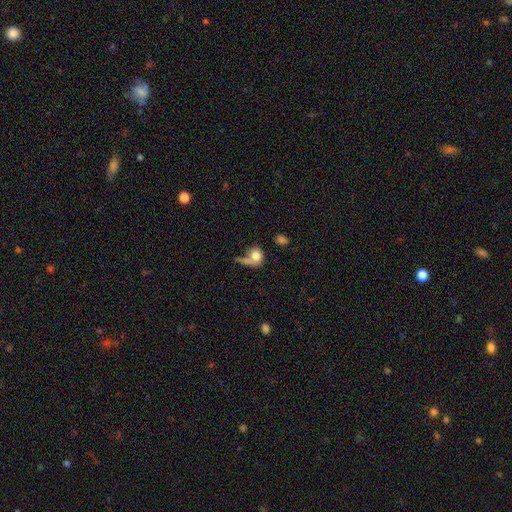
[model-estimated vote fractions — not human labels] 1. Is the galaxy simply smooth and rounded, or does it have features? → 70% smooth, 21% featured or disk, 9% star or artifact.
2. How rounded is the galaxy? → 50% round, 46% in between, 3% cigar-shaped.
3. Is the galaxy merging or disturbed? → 29% none (tied), 29% major disturbance (tied), 27% merger, 15% minor disturbance.